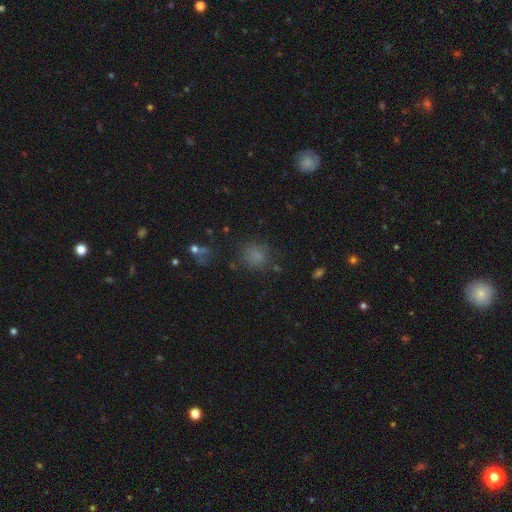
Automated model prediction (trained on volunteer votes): Smooth or featured: smooth — 74% (star or artifact — 19%)
How rounded: round — 81% (in between — 18%)
Merging: none — 75% (minor disturbance — 14%)